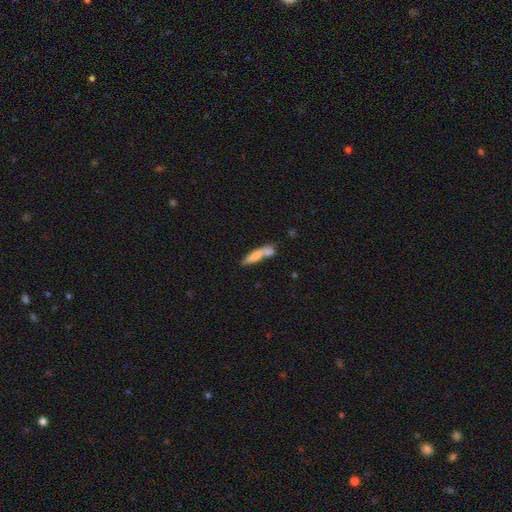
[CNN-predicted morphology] A smooth galaxy with no disk features (71%) that is cigar-shaped (77%).

Vote fractions:
- Smooth or featured? smooth: 71% / featured or disk: 23% / star or artifact: 7%
- How rounded? cigar-shaped: 77% / in between: 20% / round: 3%
- Merging? none: 40% (tied) / merger: 40% (tied) / minor disturbance: 14% / major disturbance: 6%